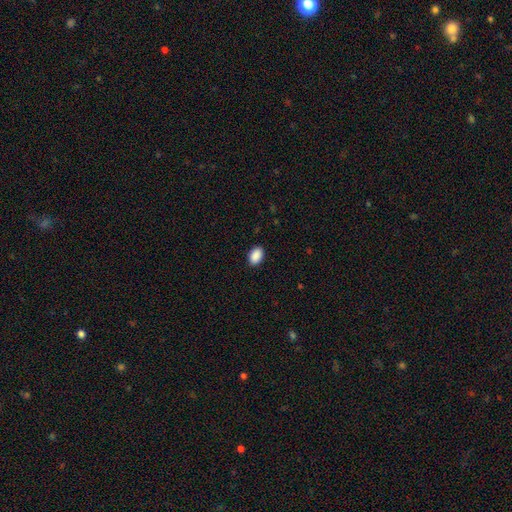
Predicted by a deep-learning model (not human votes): This appears to be a smooth galaxy with no disk features (90%) that is in between round and cigar-shaped (86%). Merging: none (90%).